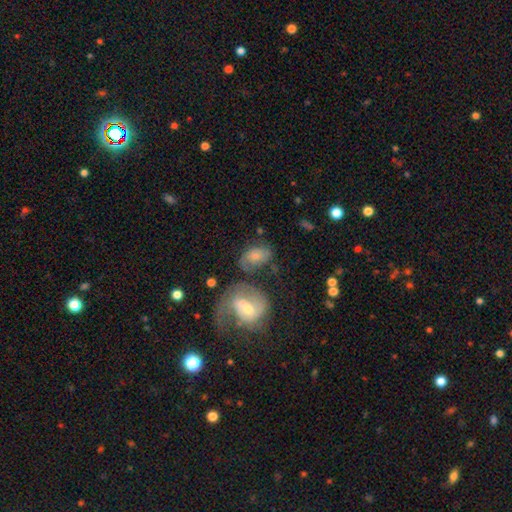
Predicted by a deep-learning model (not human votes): A smooth galaxy with no disk features (52%) that is in between round and cigar-shaped (79%). Merging: none (44%).